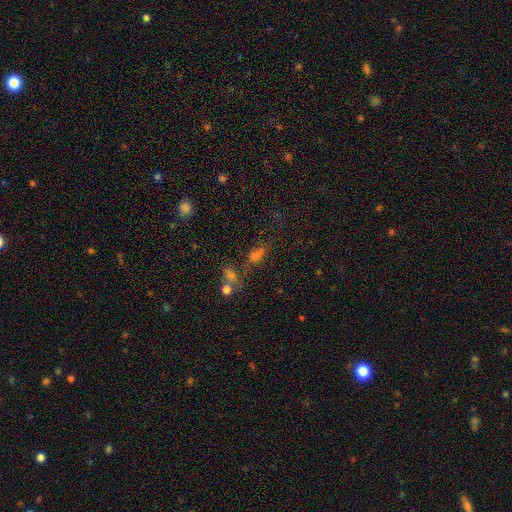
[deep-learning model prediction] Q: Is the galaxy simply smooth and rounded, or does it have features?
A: smooth — 55%.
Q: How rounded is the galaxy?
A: in between — 60%.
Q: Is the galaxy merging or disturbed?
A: none — 41%.